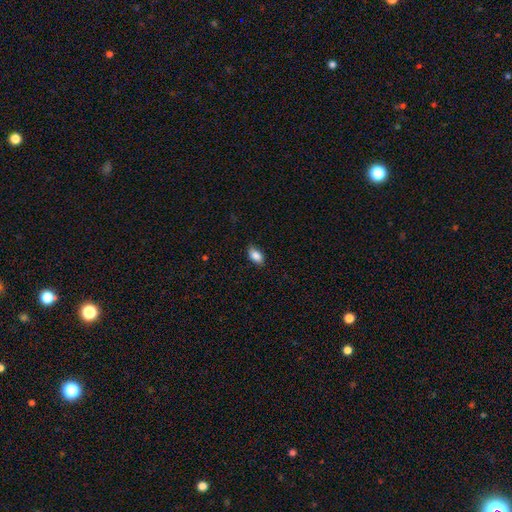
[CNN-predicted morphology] smooth_or_featured: smooth (p=0.87) [alt: star or artifact p=0.07]
how_rounded: in between (p=0.90) [alt: round p=0.06]
merging: none (p=0.84) [alt: minor disturbance p=0.13]